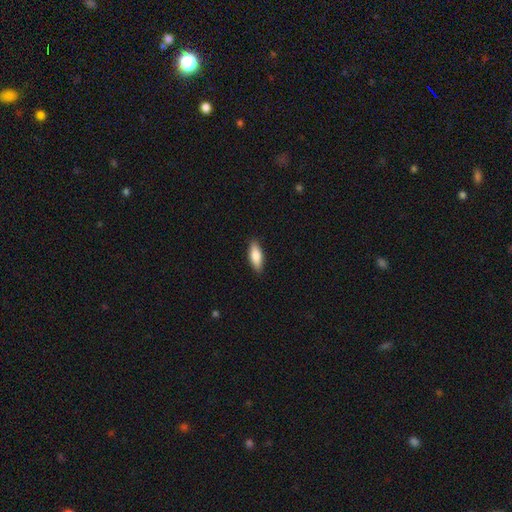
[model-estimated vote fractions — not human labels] smooth 84%, featured or disk 10%, star or artifact 6%. Down the decision tree: how rounded — in between (72%); merging — none (89%).